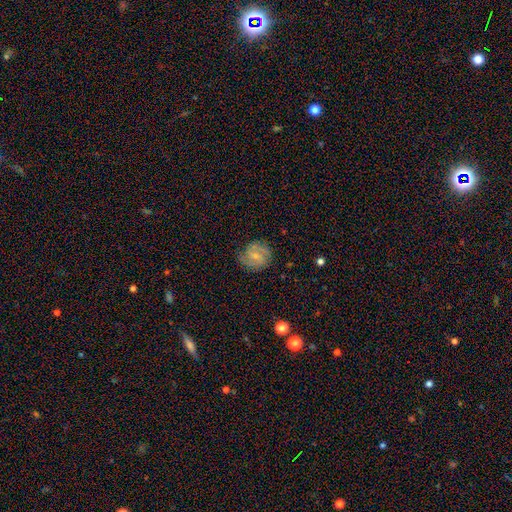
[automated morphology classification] Smooth or featured? Predicted: featured or disk (p=0.72). Edge-on disk? Predicted: no (p=0.98). Bar? Predicted: weak (p=0.56). Spiral arms? Predicted: yes (p=0.94). Spiral winding? Predicted: medium (p=0.45). Spiral arm count? Predicted: 2 (p=0.74). Bulge size? Predicted: small (p=0.57). Merging? Predicted: none (p=0.78).